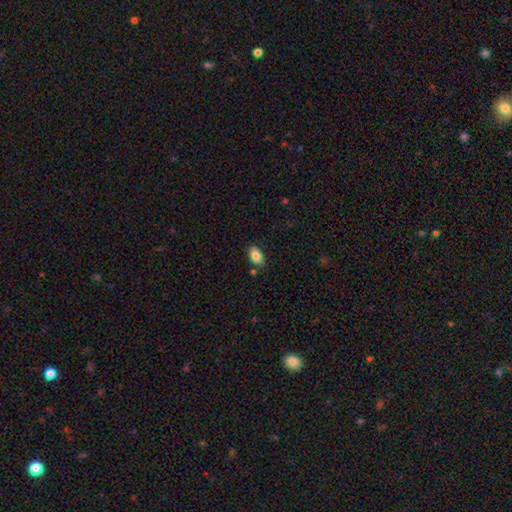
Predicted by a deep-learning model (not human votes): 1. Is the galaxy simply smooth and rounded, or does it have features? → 85% smooth, 7% featured or disk, 7% star or artifact.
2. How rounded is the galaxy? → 92% in between, 6% round, 2% cigar-shaped.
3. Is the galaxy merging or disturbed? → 83% none, 11% minor disturbance, 4% merger, 2% major disturbance.